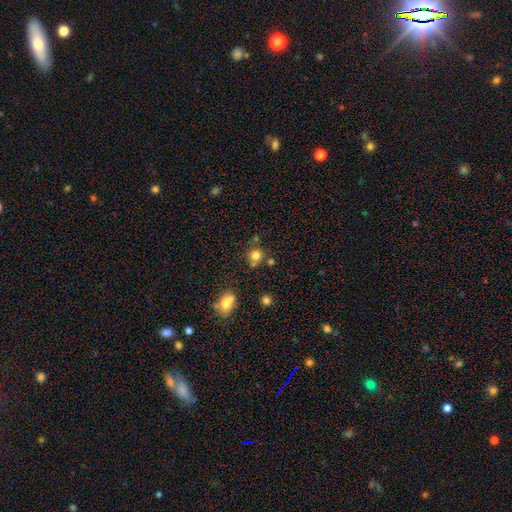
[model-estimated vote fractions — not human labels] Morphology: type=smooth (77%); roundness=round (88%); merging=none (62%).